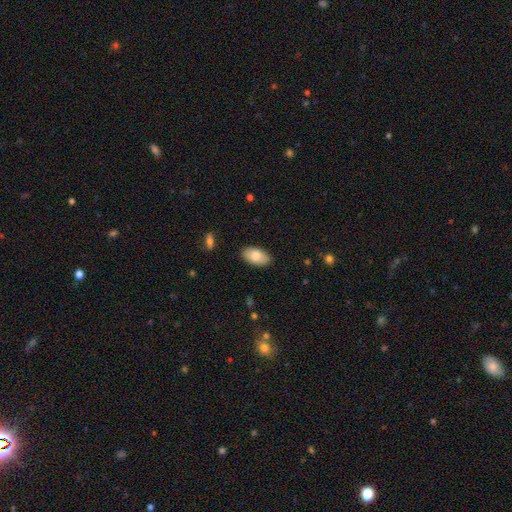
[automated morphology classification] type=smooth (83%); roundness=in between (95%); merging=none (87%).